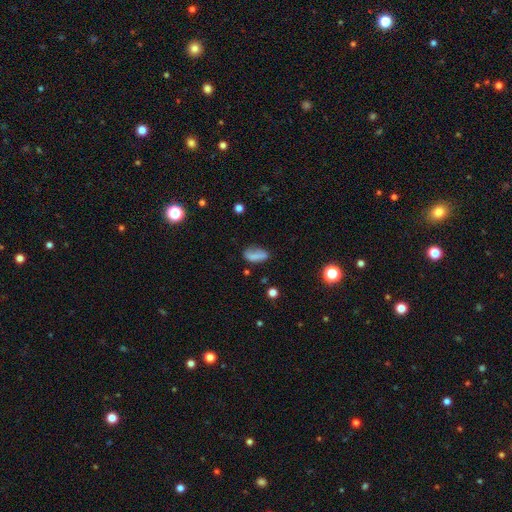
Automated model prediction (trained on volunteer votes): This appears to be a smooth galaxy with no disk features (72%) that is in between round and cigar-shaped (83%). Merging: none (55%).